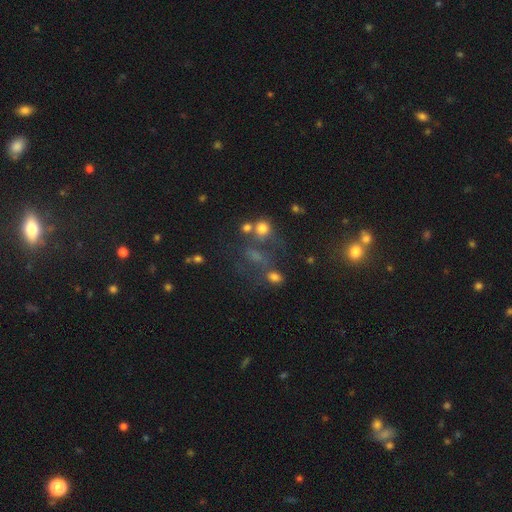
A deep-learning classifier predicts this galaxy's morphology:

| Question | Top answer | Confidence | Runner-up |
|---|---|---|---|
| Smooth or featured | star or artifact | 47% | smooth (34%) |